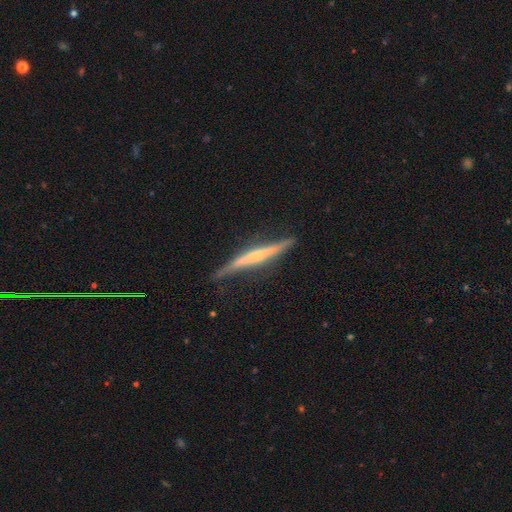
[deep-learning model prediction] This is likely a featured or disk galaxy (64%). It is clearly viewed edge-on (96%). Edge-on bulge: likely none (62%). Merging: likely none (78%).